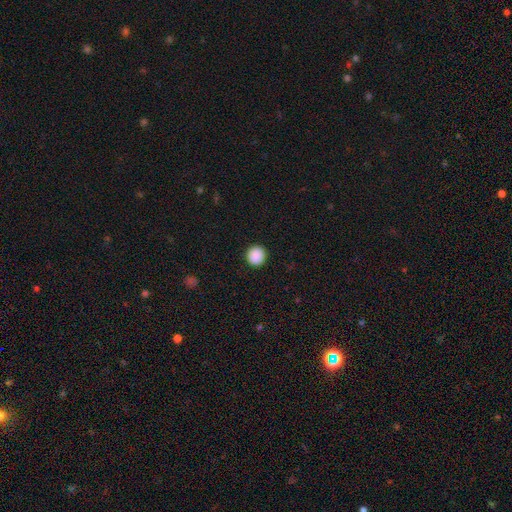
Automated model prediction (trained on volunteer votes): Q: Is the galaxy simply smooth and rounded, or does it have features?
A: smooth — 89%.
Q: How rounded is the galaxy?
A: round — 92%.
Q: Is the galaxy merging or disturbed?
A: none — 93%.